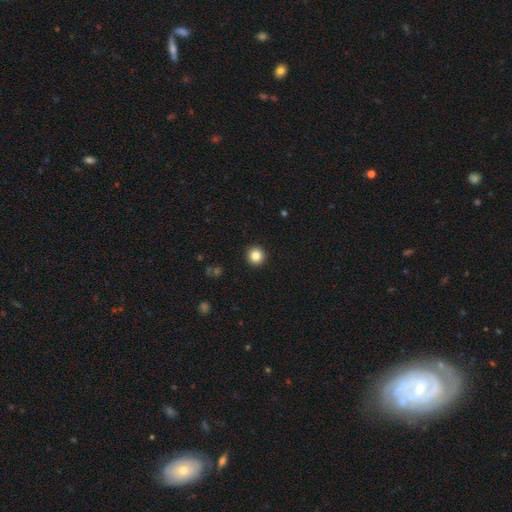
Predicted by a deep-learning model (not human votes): Smooth or featured? Predicted: smooth (p=0.84). How rounded? Predicted: round (p=0.95). Merging? Predicted: none (p=0.93).